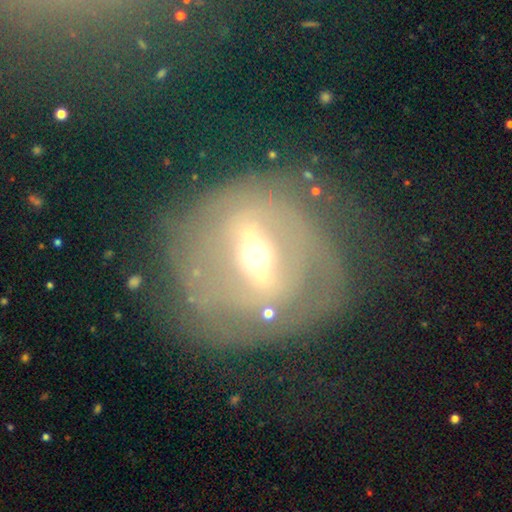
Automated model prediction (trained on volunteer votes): smooth_or_featured: featured or disk (p=0.78) [alt: smooth p=0.14]
disk_edge_on: no (p=0.83) [alt: yes p=0.17]
bar: strong (p=0.60) [alt: weak p=0.29]
has_spiral_arms: yes (p=0.56) [alt: no p=0.44]
bulge_size: moderate (p=0.62) [alt: small p=0.29]
merging: none (p=0.68) [alt: minor disturbance p=0.17]